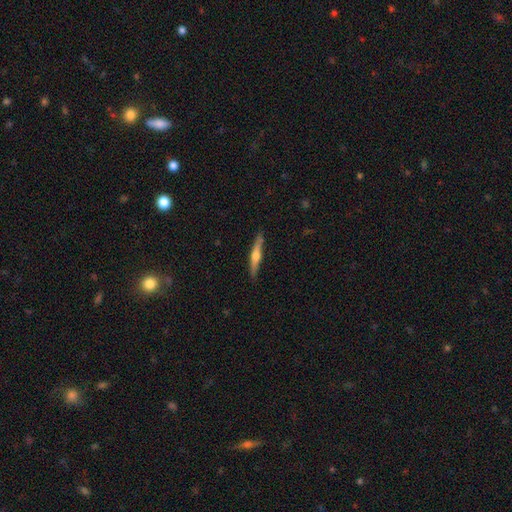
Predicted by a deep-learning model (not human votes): smooth-or-featured: featured or disk: 61% | smooth: 33% | star or artifact: 5%
  disk-edge-on: yes: 97% | no: 3%
    edge-on-bulge: rounded: 89% | none: 7% | boxy: 4%
  merging: none: 88% | minor disturbance: 9% | major disturbance: 2% | merger: 1%